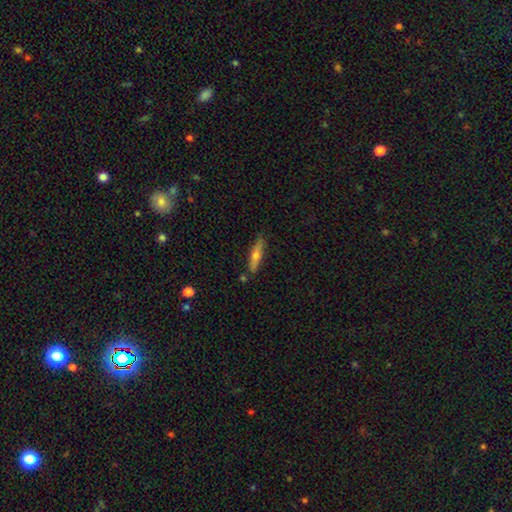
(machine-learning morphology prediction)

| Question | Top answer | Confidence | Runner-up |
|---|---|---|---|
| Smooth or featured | featured or disk | 49% | smooth (44%) |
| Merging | none | 84% | minor disturbance (11%) |